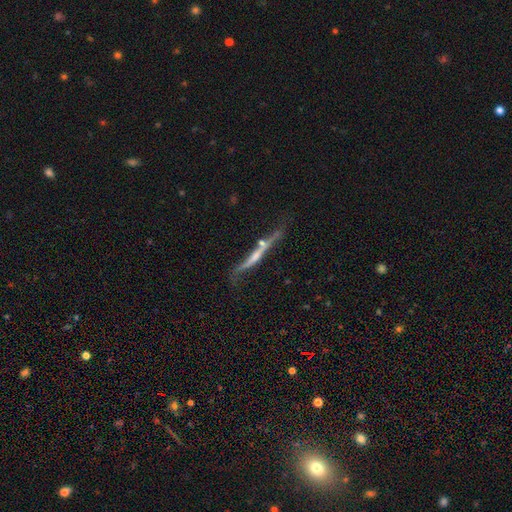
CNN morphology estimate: smooth-or-featured: featured or disk: 68% | smooth: 24% | star or artifact: 8%
  disk-edge-on: yes: 92% | no: 8%
    edge-on-bulge: none: 46% | rounded: 42% | boxy: 13%
  merging: none: 54% | minor disturbance: 22% | merger: 14% | major disturbance: 10%